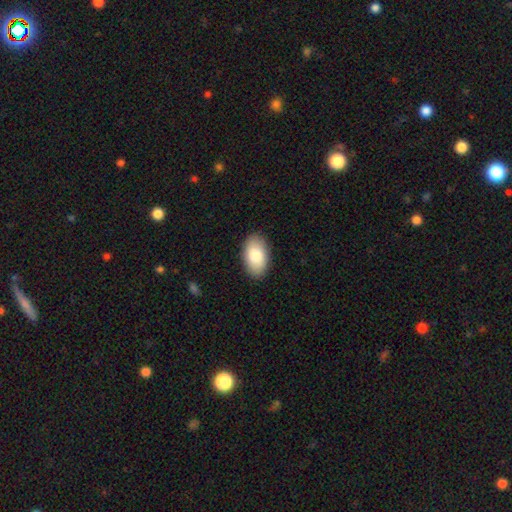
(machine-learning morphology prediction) This appears to be a smooth galaxy with no disk features (82%) that is in between round and cigar-shaped (94%). Merging: none (89%).